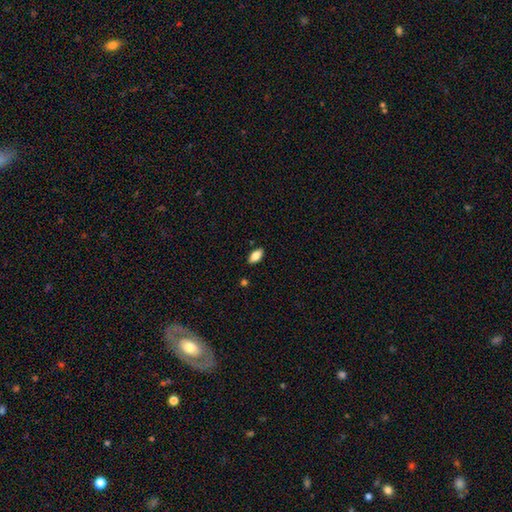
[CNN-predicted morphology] Q: Smooth or featured?
A: smooth (82%); runner-up: featured or disk (11%)
Q: How rounded?
A: in between (89%); runner-up: cigar-shaped (8%)
Q: Merging?
A: none (87%); runner-up: minor disturbance (10%)